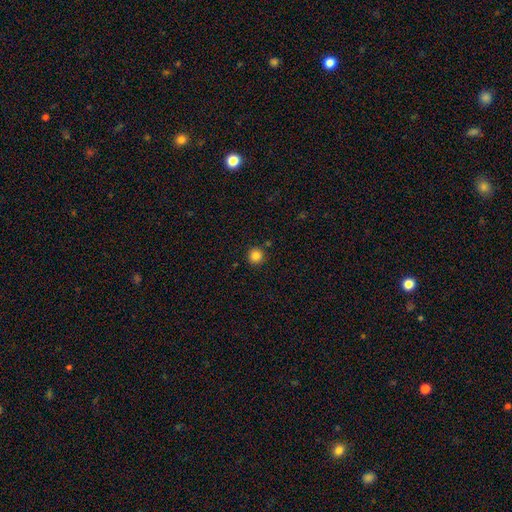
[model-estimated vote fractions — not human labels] smooth 84%, star or artifact 12%, featured or disk 4%. Down the decision tree: how rounded — round (95%); merging — none (88%).